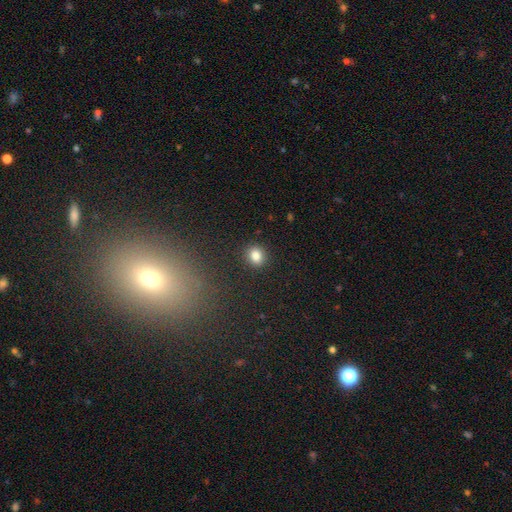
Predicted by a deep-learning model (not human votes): A smooth galaxy with no disk features (84%) that is round (74%).

Vote fractions:
- Smooth or featured? smooth: 84% / star or artifact: 11% / featured or disk: 6%
- How rounded? round: 74% / in between: 25% / cigar-shaped: 1%
- Merging? none: 90% / minor disturbance: 6% / major disturbance: 2% / merger: 1%